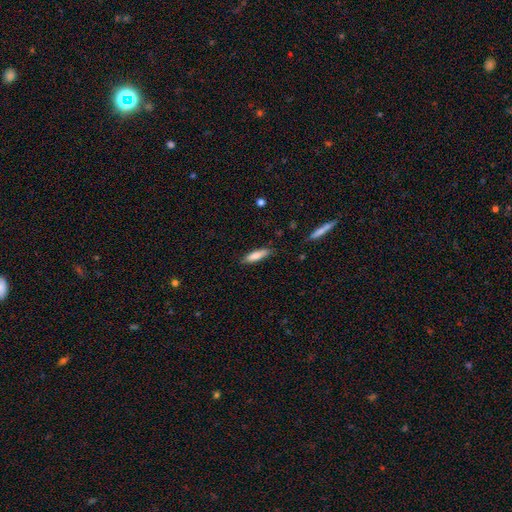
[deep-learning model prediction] This is clearly a smooth galaxy (81%). How rounded: likely cigar-shaped (62%). Merging: clearly none (83%).